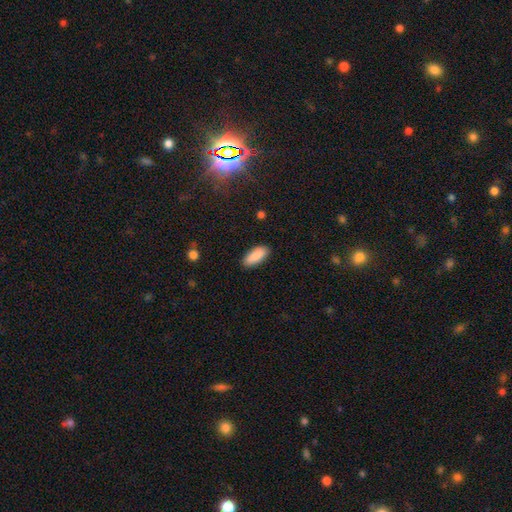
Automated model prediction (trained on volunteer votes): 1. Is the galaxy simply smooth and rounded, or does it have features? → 89% smooth, 6% star or artifact, 5% featured or disk.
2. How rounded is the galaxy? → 83% in between, 16% cigar-shaped, 2% round.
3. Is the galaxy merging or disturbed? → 88% none, 9% minor disturbance, 2% major disturbance, 1% merger.